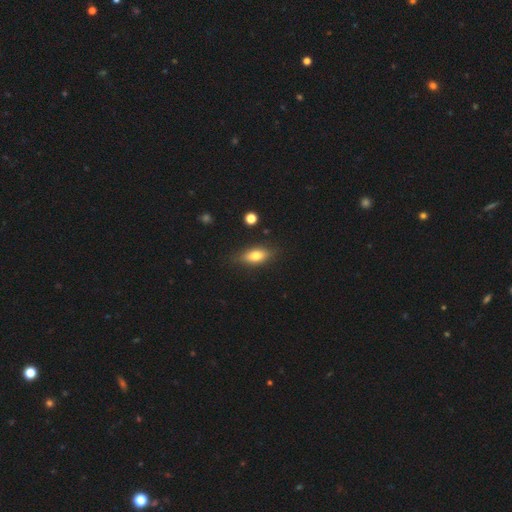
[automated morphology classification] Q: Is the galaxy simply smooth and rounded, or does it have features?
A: smooth — 75%.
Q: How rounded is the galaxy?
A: in between — 81%.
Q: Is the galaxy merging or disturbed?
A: none — 82%.